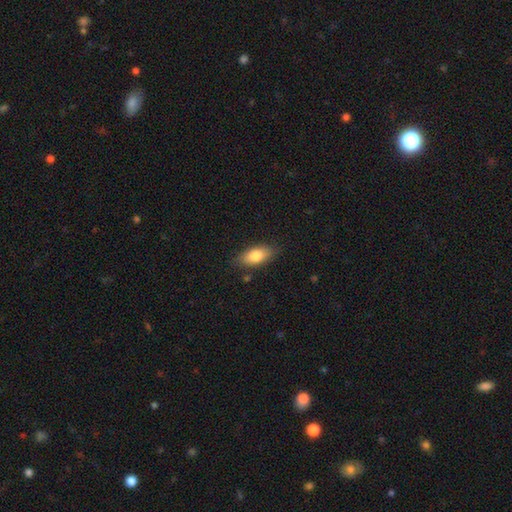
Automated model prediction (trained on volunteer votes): Morphology: type=smooth (80%); roundness=in between (86%); merging=none (82%).